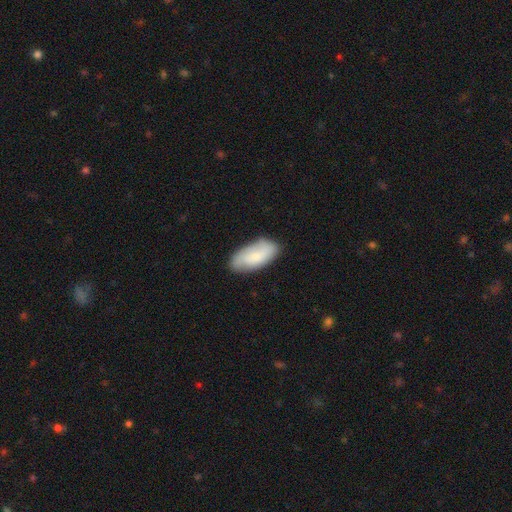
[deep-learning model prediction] smooth 69%, featured or disk 24%, star or artifact 6%. Down the decision tree: how rounded — in between (90%); merging — none (77%).